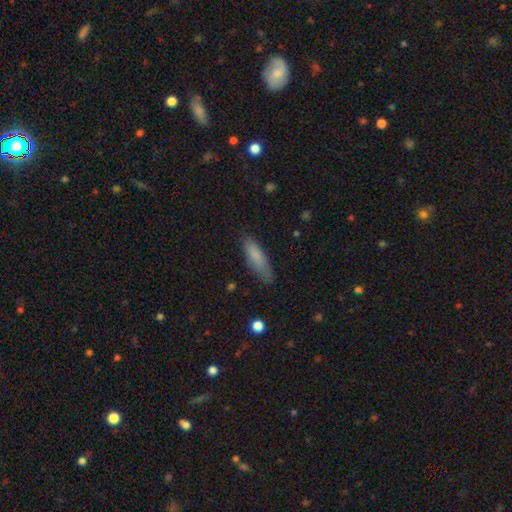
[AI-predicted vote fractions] Overall: smooth (82%). How rounded: cigar-shaped (61%; in between 38%). Merging: none (73%).